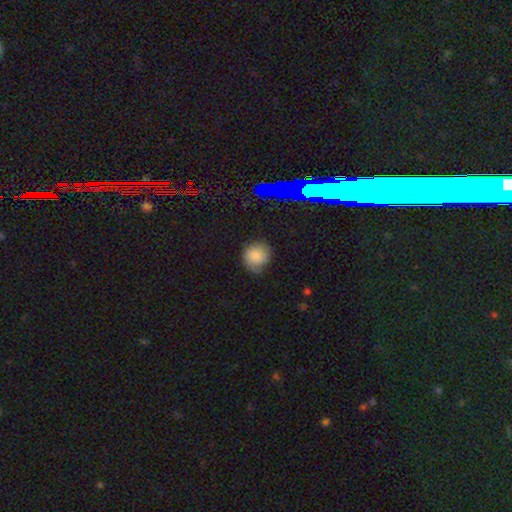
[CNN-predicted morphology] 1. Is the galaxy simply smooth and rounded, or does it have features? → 76% smooth, 12% star or artifact, 12% featured or disk.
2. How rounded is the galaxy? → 84% round, 15% in between, 1% cigar-shaped.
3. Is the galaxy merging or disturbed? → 64% none, 28% minor disturbance, 7% major disturbance, 2% merger.